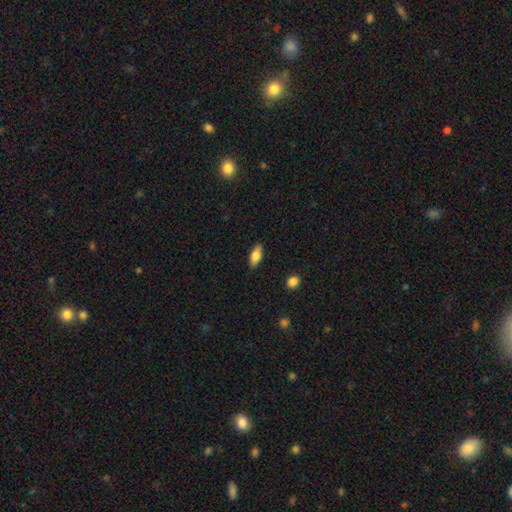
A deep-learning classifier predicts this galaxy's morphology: Q: Smooth or featured?
A: smooth (81%); runner-up: featured or disk (13%)
Q: How rounded?
A: in between (79%); runner-up: cigar-shaped (18%)
Q: Merging?
A: none (87%); runner-up: minor disturbance (10%)